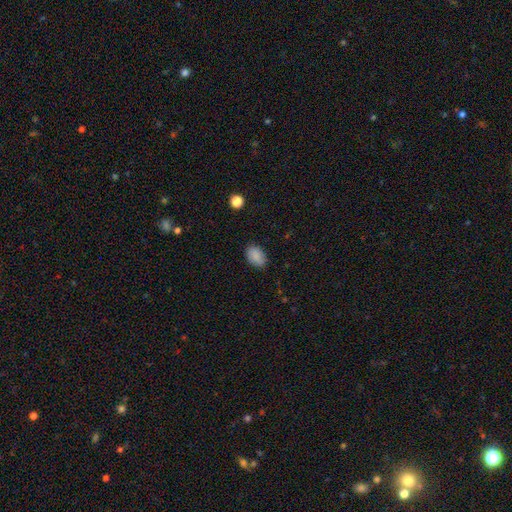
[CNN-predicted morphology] type=smooth (88%); roundness=in between (88%); merging=none (84%).